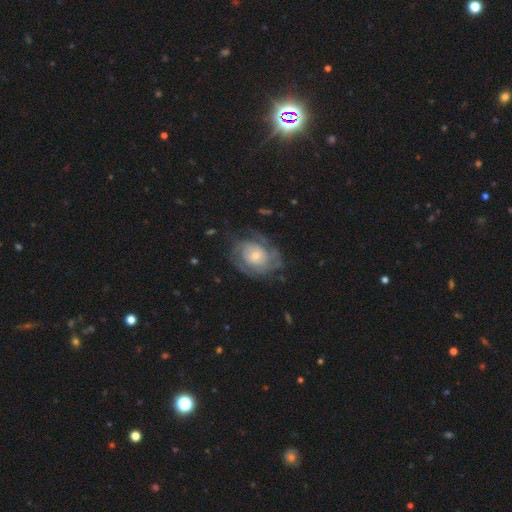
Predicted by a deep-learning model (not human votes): smooth-or-featured: featured or disk: 80% | smooth: 14% | star or artifact: 6%
  disk-edge-on: no: 97% | yes: 3%
    bar: no: 77% | weak: 20% | strong: 4%
    has-spiral-arms: yes: 91% | no: 9%
      spiral-winding: tight: 63% | medium: 28% | loose: 9%
      spiral-arm-count: can't tell: 42% | 2: 21% | 3: 16% | 4: 11% | more than 4: 6% | 1: 5%
    bulge-size: small: 55% | moderate: 37% | large: 5% | none: 2% | dominant: 1%
  merging: none: 66% | minor disturbance: 20% | major disturbance: 13% | merger: 1%